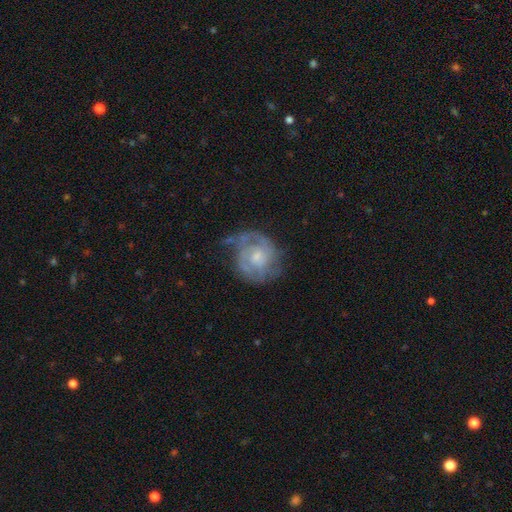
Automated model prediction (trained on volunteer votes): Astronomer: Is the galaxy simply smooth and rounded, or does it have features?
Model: featured or disk — 76%.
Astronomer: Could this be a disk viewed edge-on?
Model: no — 98%.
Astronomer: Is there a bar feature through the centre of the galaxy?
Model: no — 65%.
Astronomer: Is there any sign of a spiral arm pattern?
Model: yes — 86%.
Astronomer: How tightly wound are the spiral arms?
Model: tight — 53% (runner-up: medium, 35%).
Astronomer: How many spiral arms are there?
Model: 2 — 46% (runner-up: can't tell, 30%).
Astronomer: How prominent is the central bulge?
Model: small — 50% (runner-up: moderate, 39%).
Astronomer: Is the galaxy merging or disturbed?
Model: none — 54%.